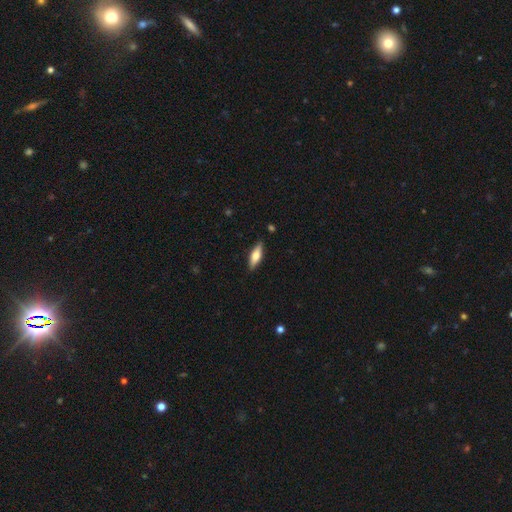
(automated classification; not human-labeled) This appears to be a smooth galaxy with no disk features (58%) that is in between round and cigar-shaped (53%). Merging: none (87%).